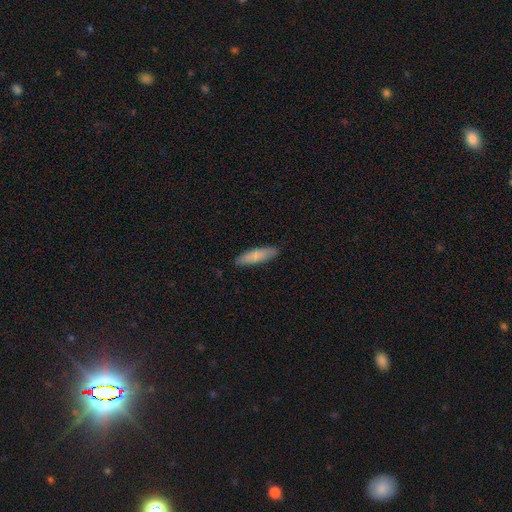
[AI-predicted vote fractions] A smooth galaxy with no disk features (81%) that is cigar-shaped (65%).

Vote fractions:
- Smooth or featured? smooth: 81% / featured or disk: 14% / star or artifact: 5%
- How rounded? cigar-shaped: 65% / in between: 33% / round: 2%
- Merging? none: 88% / minor disturbance: 9% / major disturbance: 2% / merger: 1%